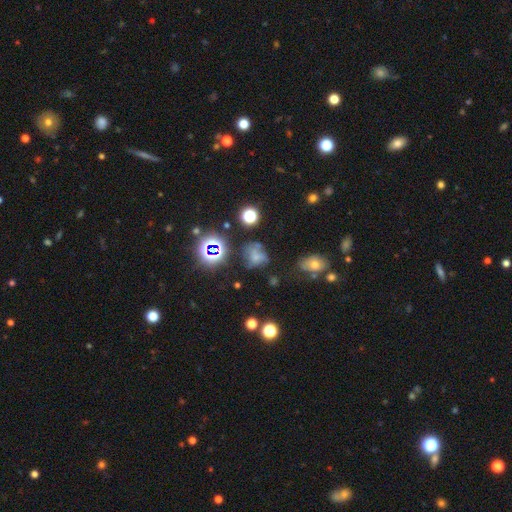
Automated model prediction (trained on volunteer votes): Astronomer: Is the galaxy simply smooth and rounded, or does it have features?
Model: smooth — 42% (runner-up: star or artifact, 31%).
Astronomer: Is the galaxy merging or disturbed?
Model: none — 43% (runner-up: major disturbance, 23%).